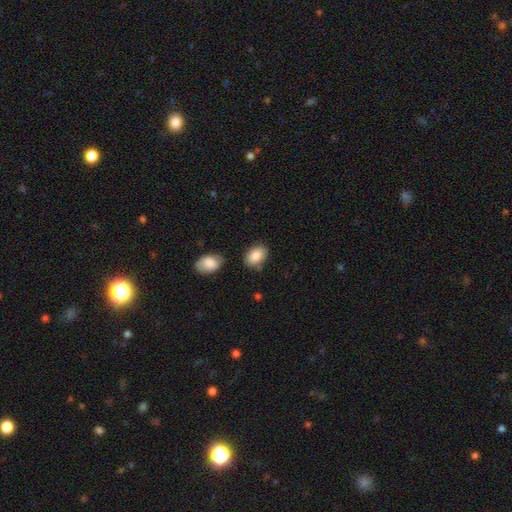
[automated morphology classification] Smooth or featured? smooth (86%)
How rounded? in between (83%)
Merging? none (77%)